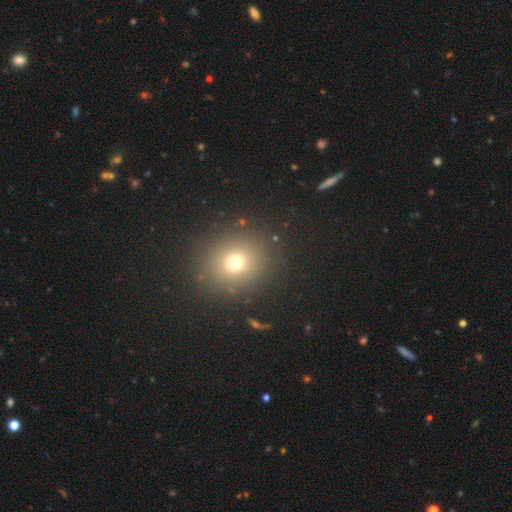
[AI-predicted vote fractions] smooth-or-featured: smooth: 65% | star or artifact: 28% | featured or disk: 8%
  how-rounded: round: 85% | in between: 14% | cigar-shaped: 1%
  merging: none: 91% | minor disturbance: 6% | major disturbance: 2% | merger: 1%